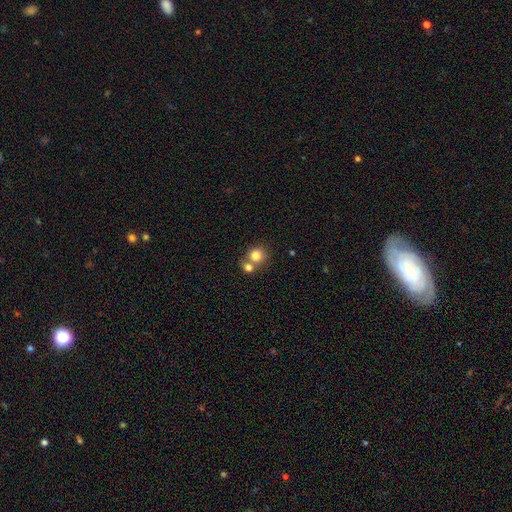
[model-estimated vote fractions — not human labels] Smooth or featured: smooth — 81% (star or artifact — 10%)
How rounded: round — 84% (in between — 15%)
Merging: none — 46% (merger — 44%)